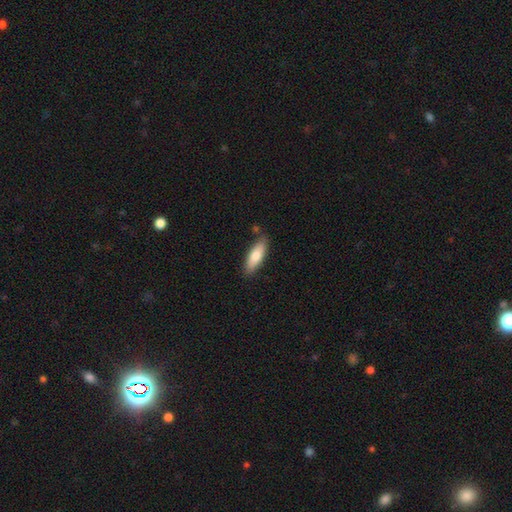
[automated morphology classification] smooth-or-featured: smooth: 77% | featured or disk: 18% | star or artifact: 6%
  how-rounded: in between: 57% | cigar-shaped: 41% | round: 2%
  merging: none: 81% | minor disturbance: 13% | merger: 4% | major disturbance: 2%